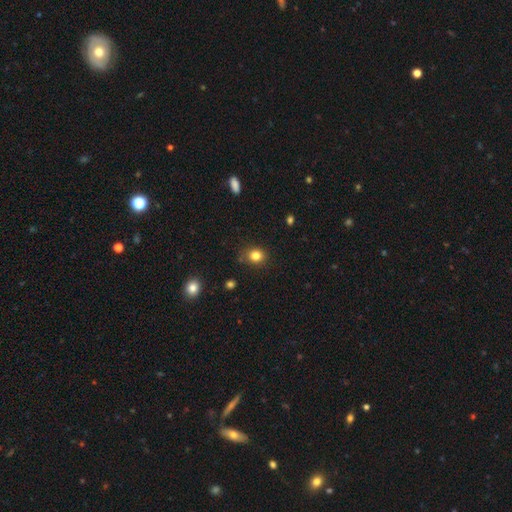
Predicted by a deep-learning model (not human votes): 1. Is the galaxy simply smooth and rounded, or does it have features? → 82% smooth, 12% star or artifact, 6% featured or disk.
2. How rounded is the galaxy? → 71% round, 29% in between, 1% cigar-shaped.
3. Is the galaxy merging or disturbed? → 79% none, 15% minor disturbance, 3% major disturbance, 2% merger.